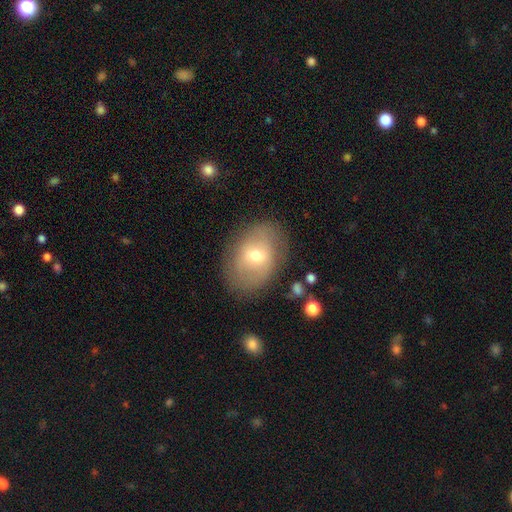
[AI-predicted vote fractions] This is possibly a smooth galaxy (51%). How rounded: likely in between (76%). Merging: likely none (78%).